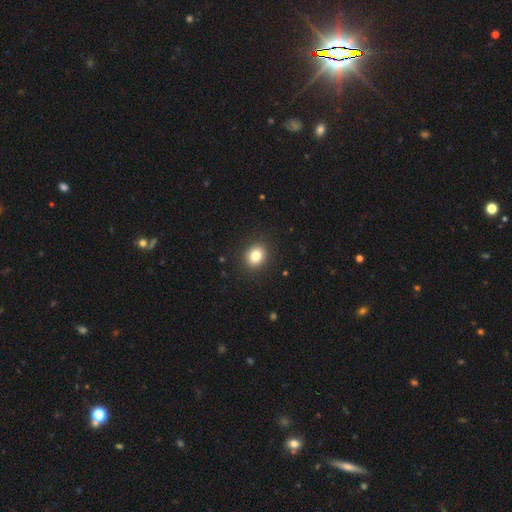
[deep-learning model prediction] This is clearly a smooth galaxy (83%). How rounded: likely round (66%). Merging: clearly none (90%).